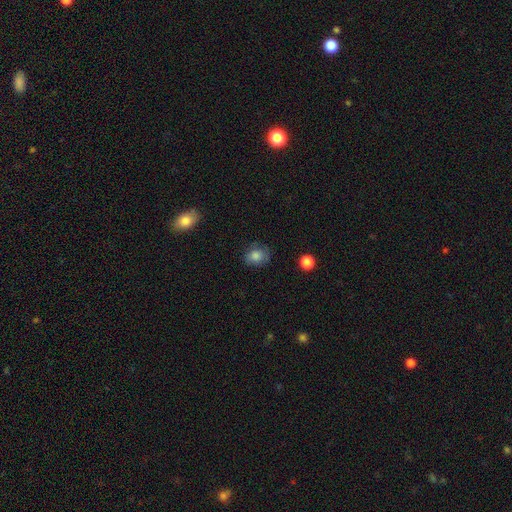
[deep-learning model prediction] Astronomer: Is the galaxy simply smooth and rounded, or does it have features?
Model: smooth — 81%.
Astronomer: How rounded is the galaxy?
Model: round — 58% (runner-up: in between, 41%).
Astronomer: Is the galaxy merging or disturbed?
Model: none — 73%.